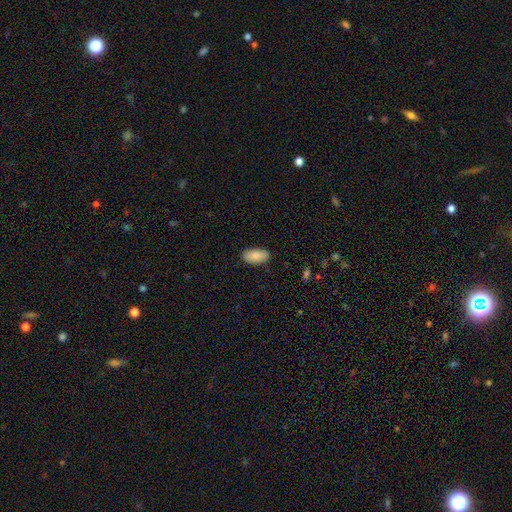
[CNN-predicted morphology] smooth-or-featured: smooth: 87% | featured or disk: 7% | star or artifact: 6%
  how-rounded: in between: 94% | cigar-shaped: 4% | round: 2%
  merging: none: 88% | minor disturbance: 9% | major disturbance: 2% | merger: 1%